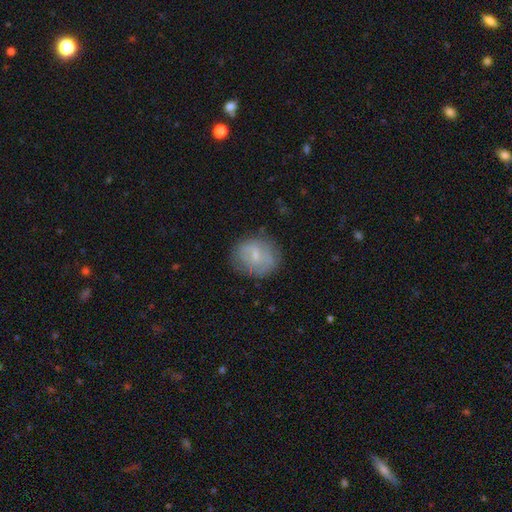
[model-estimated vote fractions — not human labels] This appears to be a smooth galaxy with no disk features (59%) that is round (66%). Merging: none (73%).